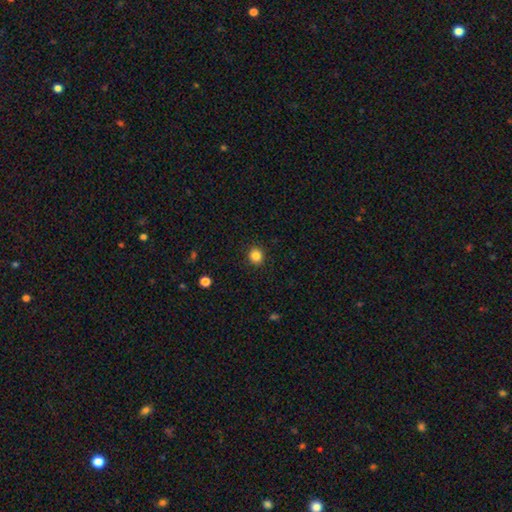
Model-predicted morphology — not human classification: type=smooth (85%); roundness=round (89%); merging=none (92%).